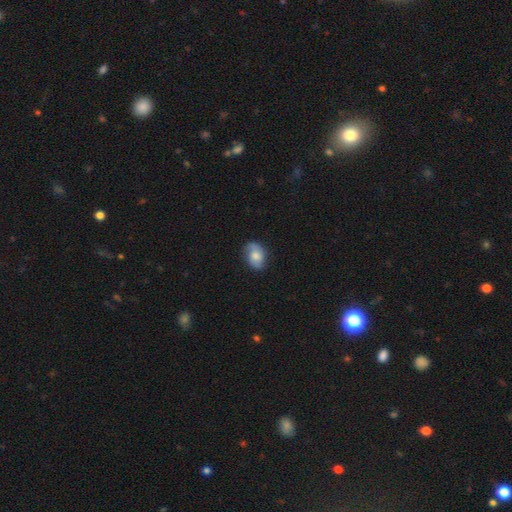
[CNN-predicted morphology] Q: Smooth or featured?
A: featured or disk (47%); runner-up: smooth (45%)
Q: Merging?
A: none (68%); runner-up: minor disturbance (23%)